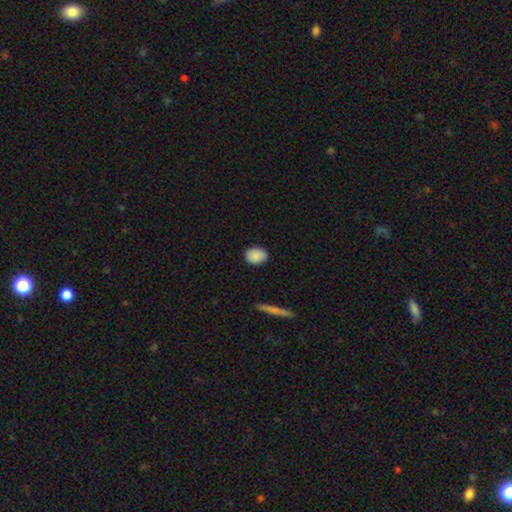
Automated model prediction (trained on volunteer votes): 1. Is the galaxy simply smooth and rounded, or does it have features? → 86% smooth, 7% star or artifact, 7% featured or disk.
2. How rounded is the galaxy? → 54% in between, 44% round, 2% cigar-shaped.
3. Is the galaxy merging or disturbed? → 81% none, 15% minor disturbance, 3% major disturbance, 1% merger.